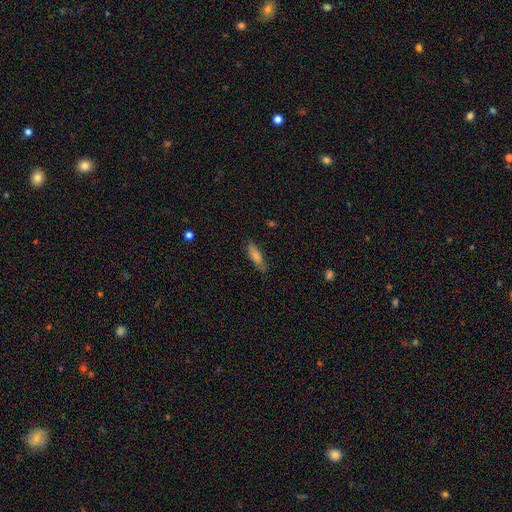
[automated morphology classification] A smooth galaxy with no disk features (66%) that is cigar-shaped (58%). Merging: none (78%).